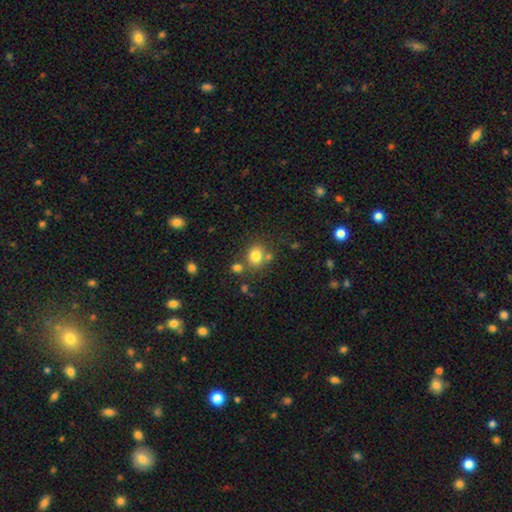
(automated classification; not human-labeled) Smooth or featured?
  - smooth: 79% *
  - star or artifact: 12%
  - featured or disk: 9%
How rounded?
  - round: 67% *
  - in between: 32%
  - cigar-shaped: 1%
Merging?
  - none: 66% *
  - merger: 16%
  - minor disturbance: 13%
  - major disturbance: 5%